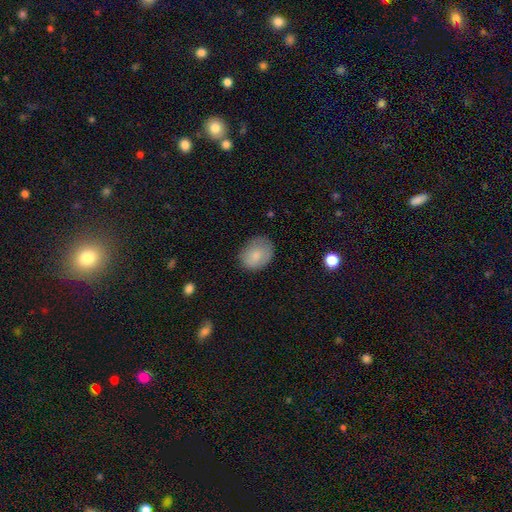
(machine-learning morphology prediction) Q: Smooth or featured?
A: smooth (80%); runner-up: featured or disk (13%)
Q: How rounded?
A: in between (58%); runner-up: round (41%)
Q: Merging?
A: none (70%); runner-up: minor disturbance (22%)